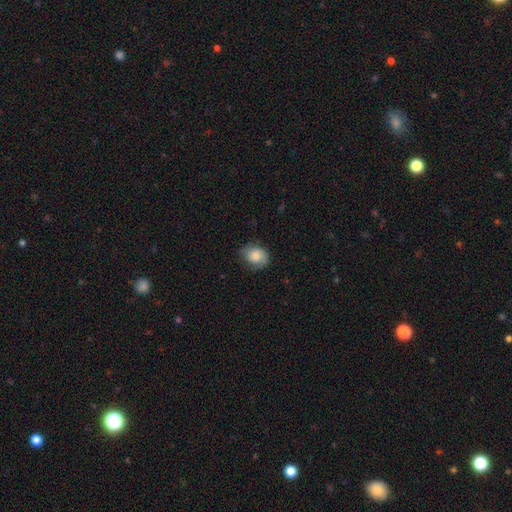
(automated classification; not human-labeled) Morphology: type=smooth (68%); roundness=round (53%); merging=none (68%).